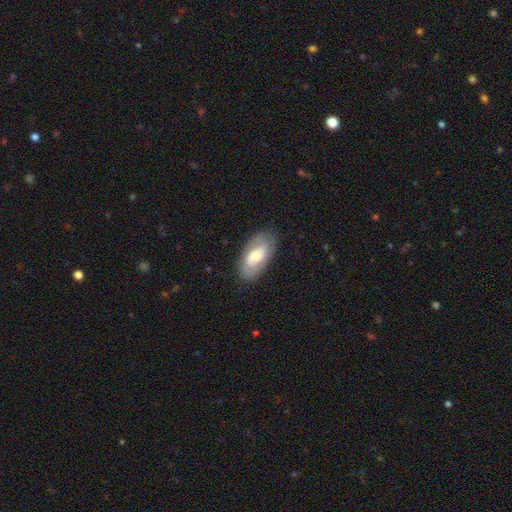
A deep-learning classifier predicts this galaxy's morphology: This appears to be a featured or disk galaxy (54%). Merging: none (80%).